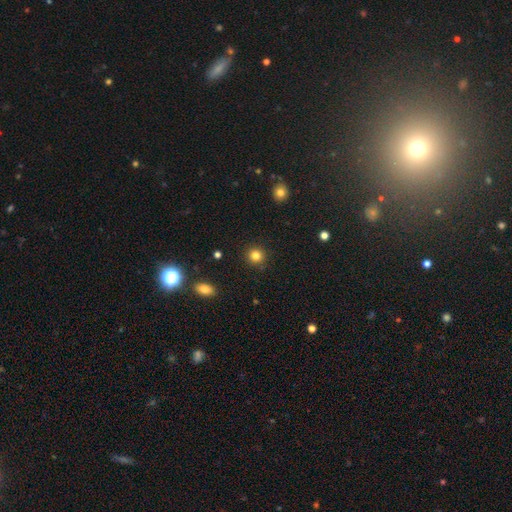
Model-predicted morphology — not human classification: Q: Smooth or featured?
A: smooth (83%); runner-up: star or artifact (12%)
Q: How rounded?
A: round (93%); runner-up: in between (6%)
Q: Merging?
A: none (92%); runner-up: minor disturbance (5%)